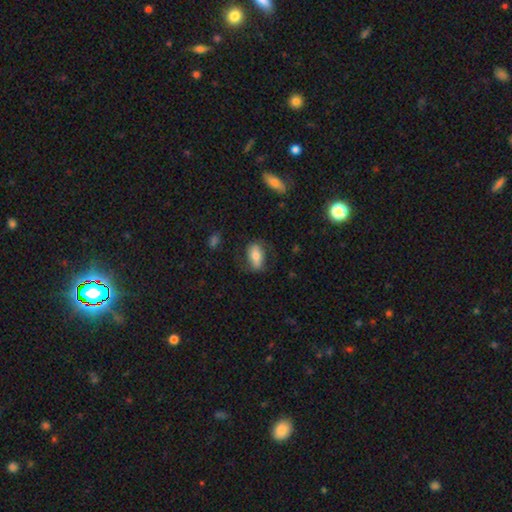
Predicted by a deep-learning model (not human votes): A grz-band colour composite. It shows a smooth galaxy with no disk features (67%) that is in between round and cigar-shaped (88%). Merging: none (68%).